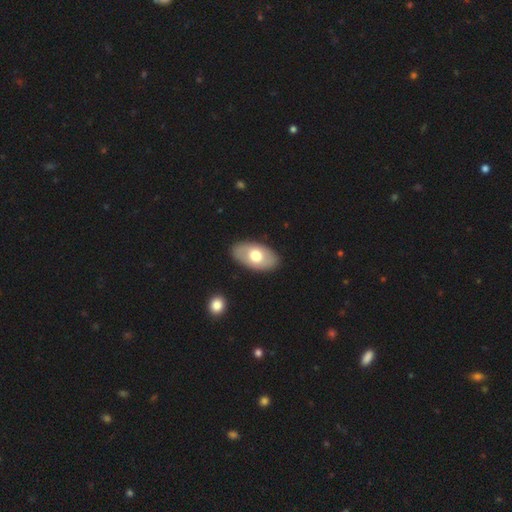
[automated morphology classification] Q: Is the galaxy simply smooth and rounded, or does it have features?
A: smooth — 60%.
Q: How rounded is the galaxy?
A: in between — 94%.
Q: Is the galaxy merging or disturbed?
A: none — 87%.